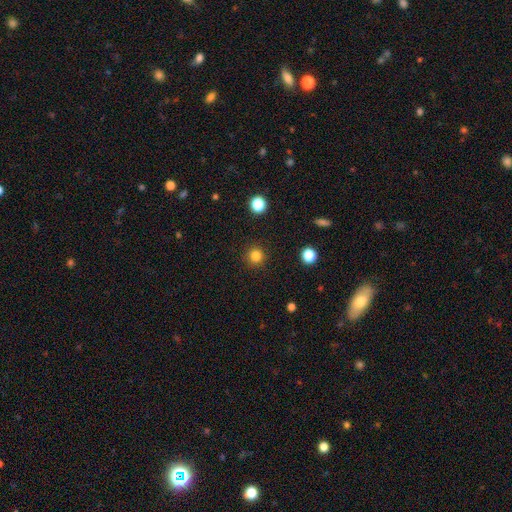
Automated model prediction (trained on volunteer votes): Smooth or featured? smooth (82%)
How rounded? round (95%)
Merging? none (92%)